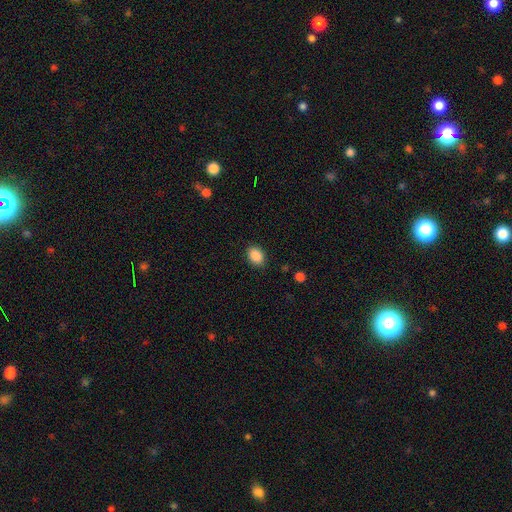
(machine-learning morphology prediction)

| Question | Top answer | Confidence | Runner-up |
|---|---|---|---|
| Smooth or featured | smooth | 88% | star or artifact (8%) |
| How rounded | in between | 71% | round (28%) |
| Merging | none | 86% | minor disturbance (10%) |